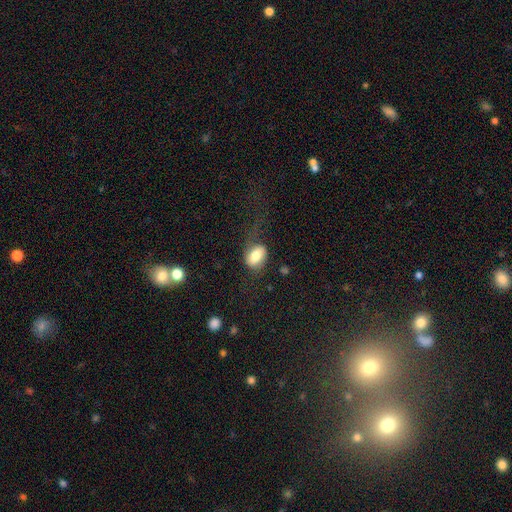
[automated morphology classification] This appears to be a smooth galaxy with no disk features (70%) that is in between round and cigar-shaped (83%). Merging: none (49%).